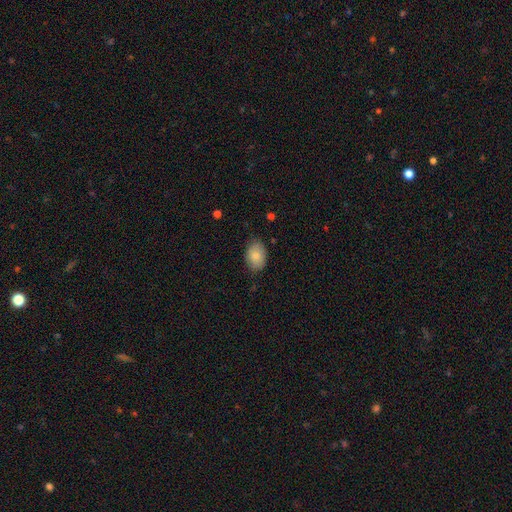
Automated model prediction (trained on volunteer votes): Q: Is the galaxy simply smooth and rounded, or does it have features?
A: smooth — 84%.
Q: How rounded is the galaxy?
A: in between — 83%.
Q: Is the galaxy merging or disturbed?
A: none — 78%.